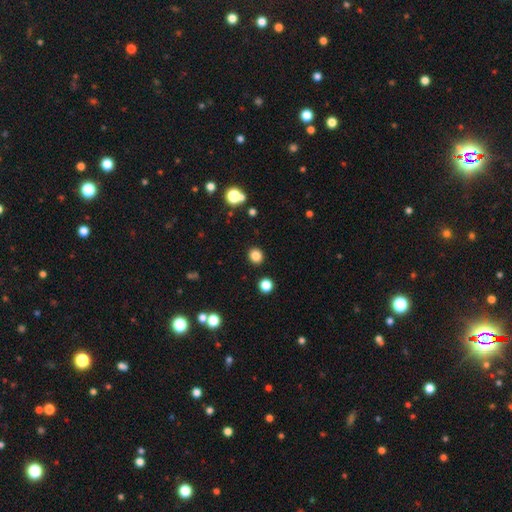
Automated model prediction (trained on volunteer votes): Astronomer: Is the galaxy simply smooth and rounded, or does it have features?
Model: smooth — 84%.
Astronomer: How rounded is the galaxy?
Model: round — 78%.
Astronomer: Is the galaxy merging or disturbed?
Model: none — 91%.